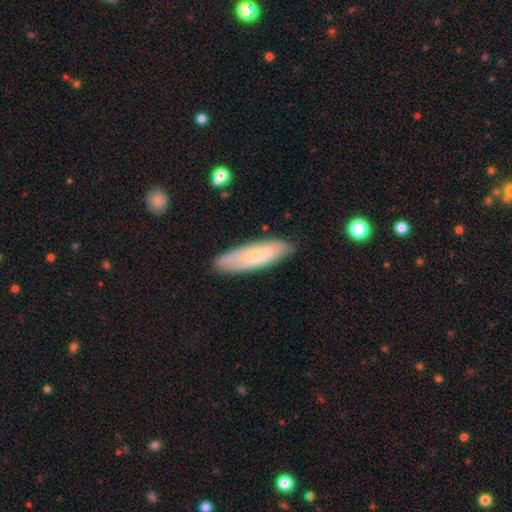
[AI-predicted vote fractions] A smooth galaxy with no disk features (67%) that is cigar-shaped (55%).

Vote fractions:
- Smooth or featured? smooth: 67% / featured or disk: 27% / star or artifact: 6%
- How rounded? cigar-shaped: 55% / in between: 43% / round: 2%
- Merging? none: 82% / minor disturbance: 14% / major disturbance: 3% / merger: 1%